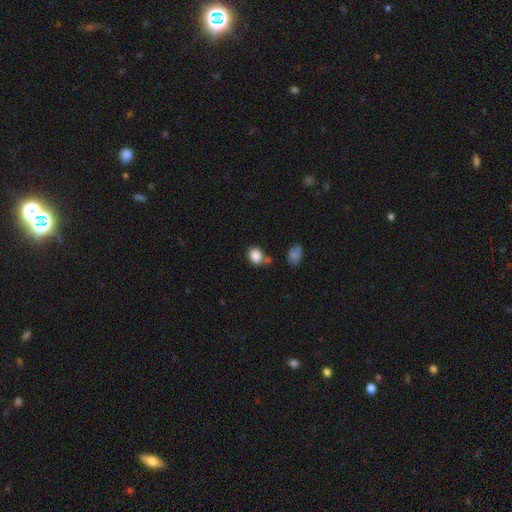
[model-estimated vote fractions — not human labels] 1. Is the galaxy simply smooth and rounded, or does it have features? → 86% smooth, 9% star or artifact, 5% featured or disk.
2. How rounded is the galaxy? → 52% round, 47% in between, 1% cigar-shaped.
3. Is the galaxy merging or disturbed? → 60% none, 17% minor disturbance, 17% merger, 5% major disturbance.